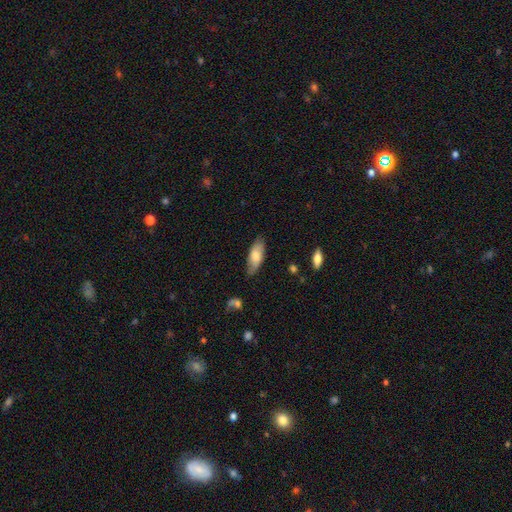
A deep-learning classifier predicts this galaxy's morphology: smooth-or-featured: smooth: 71% | featured or disk: 23% | star or artifact: 6%
  how-rounded: in between: 76% | cigar-shaped: 21% | round: 2%
  merging: none: 75% | minor disturbance: 20% | major disturbance: 3% | merger: 2%